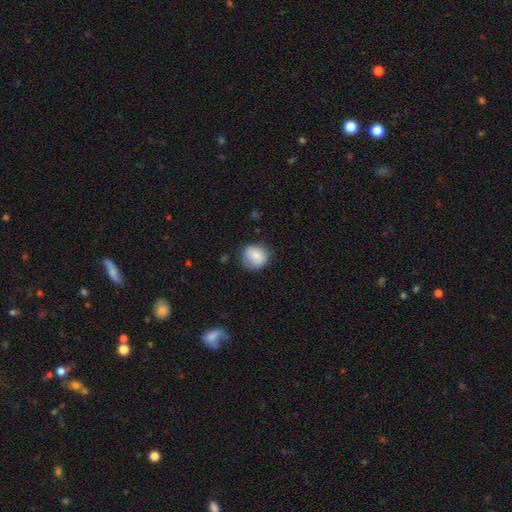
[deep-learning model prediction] Smooth or featured: smooth — 82% (featured or disk — 10%)
How rounded: round — 79% (in between — 20%)
Merging: none — 73% (minor disturbance — 20%)